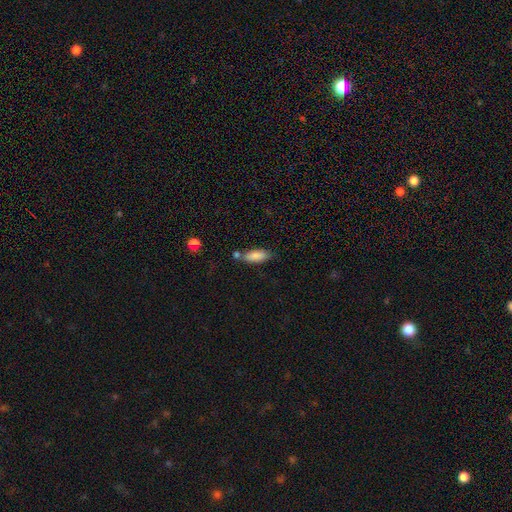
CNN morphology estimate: Q: Smooth or featured?
A: smooth (85%); runner-up: featured or disk (8%)
Q: How rounded?
A: in between (75%); runner-up: cigar-shaped (23%)
Q: Merging?
A: none (62%); runner-up: merger (17%)